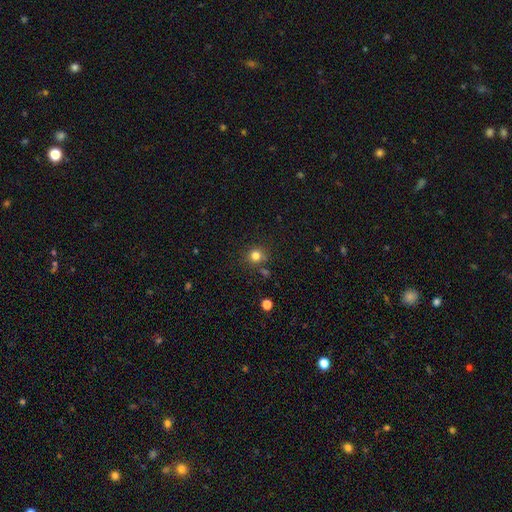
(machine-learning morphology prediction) This appears to be a smooth galaxy with no disk features (80%) that is round (87%). Merging: none (78%).